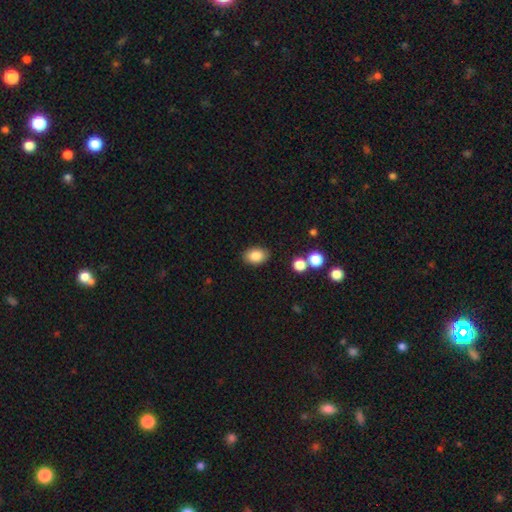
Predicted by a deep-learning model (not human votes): The model was most divided on "how rounded": in between: 83%, round: 16%, cigar-shaped: 1%. More confident: merging — none (86%); smooth or featured — smooth (85%).